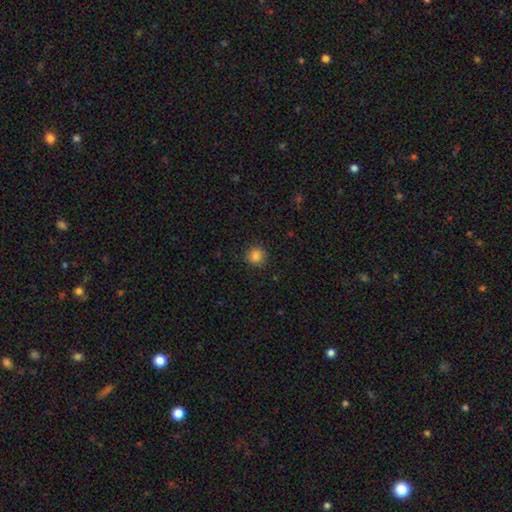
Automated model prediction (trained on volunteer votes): A smooth galaxy with no disk features (85%) that is round (91%).

Vote fractions:
- Smooth or featured? smooth: 85% / star or artifact: 11% / featured or disk: 4%
- How rounded? round: 91% / in between: 8% / cigar-shaped: 1%
- Merging? none: 90% / minor disturbance: 7% / major disturbance: 2% / merger: 1%